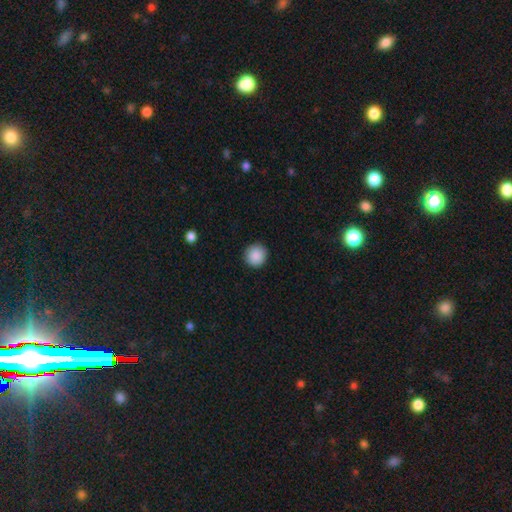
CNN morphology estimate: The model was most divided on "smooth or featured": smooth: 89%, star or artifact: 8%, featured or disk: 3%. More confident: how rounded — round (94%); merging — none (91%).